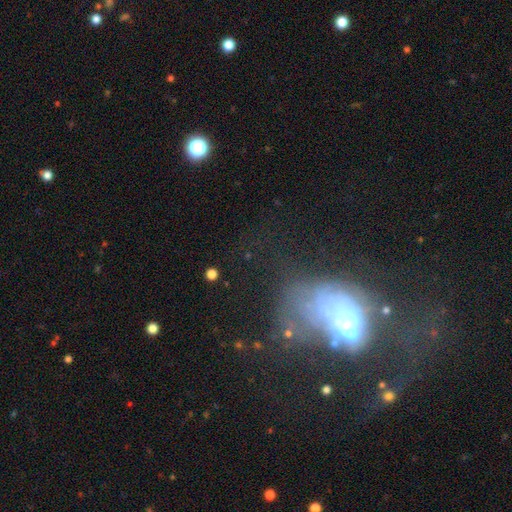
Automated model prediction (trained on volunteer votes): A featured or disk galaxy (39%). Merging: major disturbance (49%).